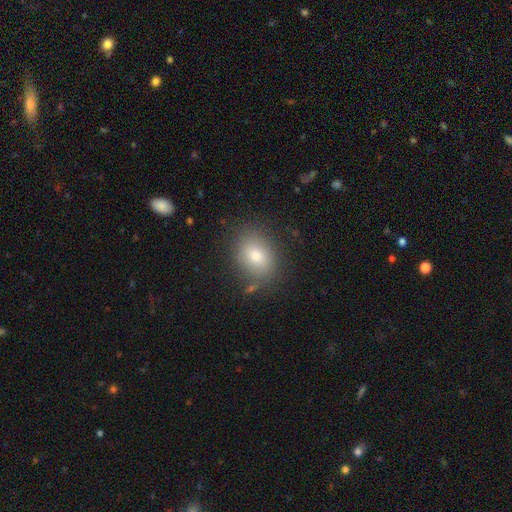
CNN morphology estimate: smooth_or_featured: smooth (p=0.77) [alt: featured or disk p=0.12]
how_rounded: in between (p=0.68) [alt: round p=0.31]
merging: none (p=0.80) [alt: minor disturbance p=0.13]